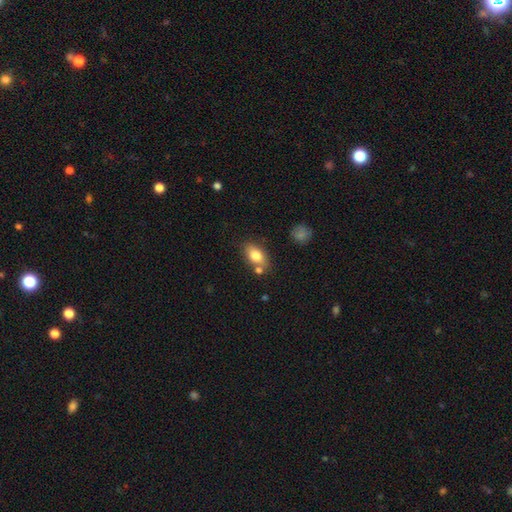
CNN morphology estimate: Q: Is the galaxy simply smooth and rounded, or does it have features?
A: smooth — 80%.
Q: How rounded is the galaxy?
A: in between — 87%.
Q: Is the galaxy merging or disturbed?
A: none — 69%.